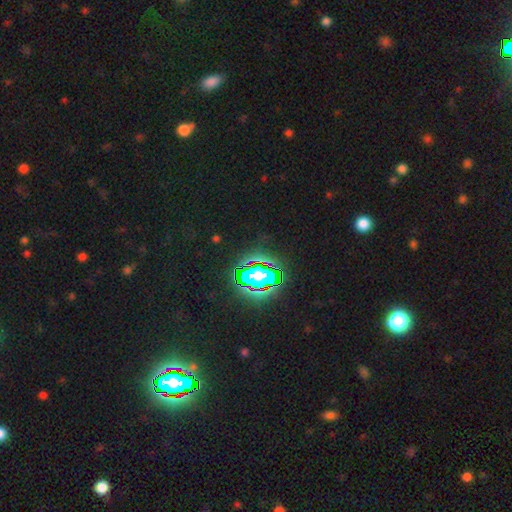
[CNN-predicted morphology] Overall: star or artifact (81%).